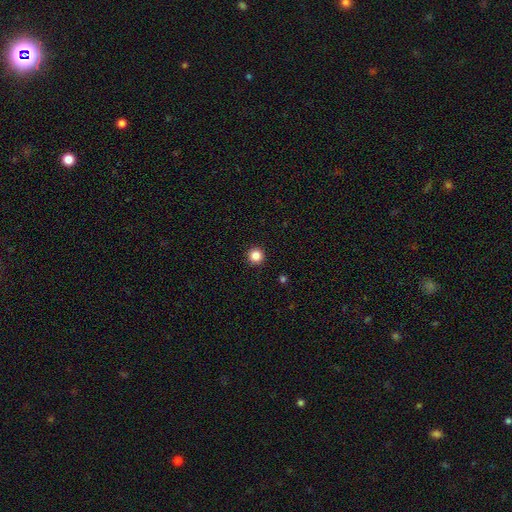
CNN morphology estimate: This appears to be a smooth galaxy with no disk features (85%) that is round (96%). Merging: none (93%).